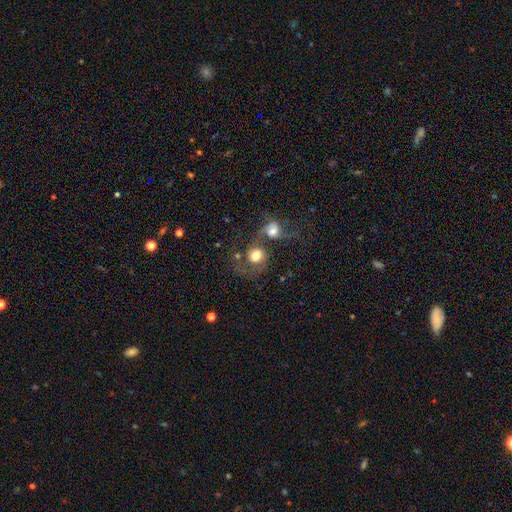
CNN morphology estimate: Smooth or featured? smooth (50%)
How rounded? round (73%)
Merging? merger (66%)